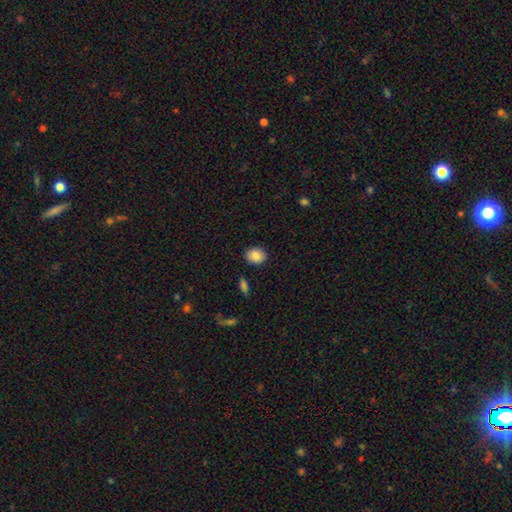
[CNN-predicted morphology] A smooth galaxy with no disk features (86%) that is in between round and cigar-shaped (55%).

Vote fractions:
- Smooth or featured? smooth: 86% / star or artifact: 8% / featured or disk: 6%
- How rounded? in between: 55% / round: 44% / cigar-shaped: 1%
- Merging? none: 88% / minor disturbance: 8% / major disturbance: 2% / merger: 2%